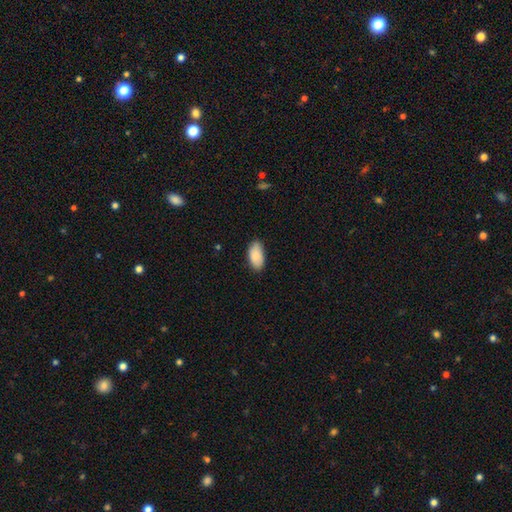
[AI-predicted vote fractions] Q: Smooth or featured?
A: smooth (88%); runner-up: star or artifact (6%)
Q: How rounded?
A: in between (95%); runner-up: cigar-shaped (3%)
Q: Merging?
A: none (80%); runner-up: minor disturbance (16%)